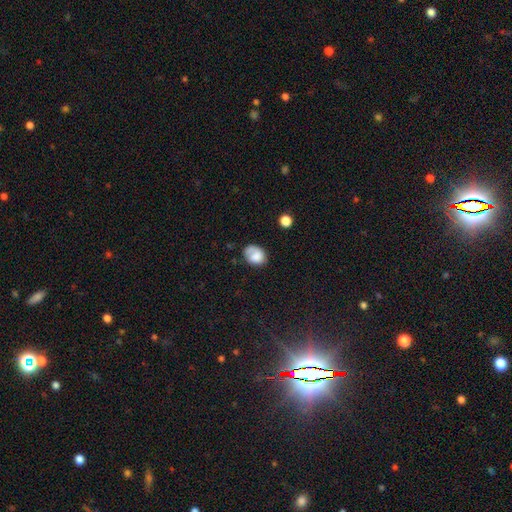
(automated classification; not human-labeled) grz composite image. It shows a smooth galaxy with no disk features (76%) that is in between round and cigar-shaped (61%). Merging: none (54%).